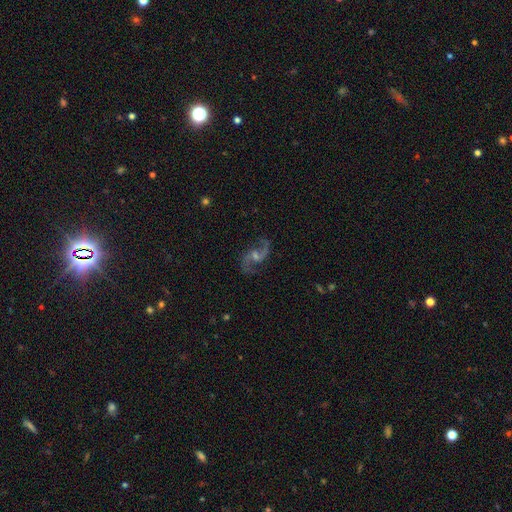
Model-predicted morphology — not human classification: Smooth or featured? featured or disk (90%)
Edge-on disk? no (97%)
Bar? no (46%)
Spiral arms? yes (98%)
Spiral winding? loose (62%)
Spiral arm count? 2 (94%)
Bulge size? small (46%)
Merging? none (81%)